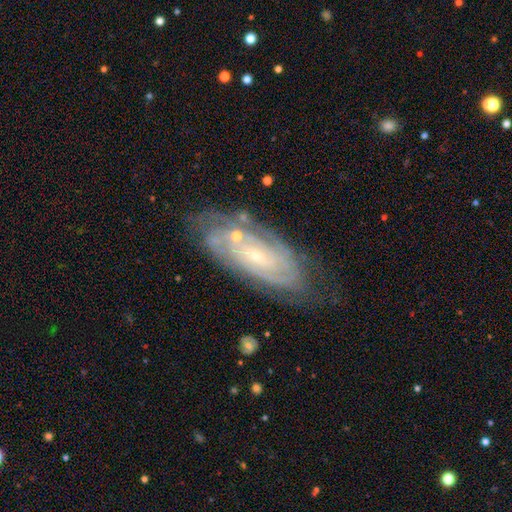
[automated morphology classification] smooth-or-featured: featured or disk: 83% | smooth: 11% | star or artifact: 6%
  disk-edge-on: no: 91% | yes: 9%
    bar: no: 59% | weak: 31% | strong: 9%
    has-spiral-arms: yes: 95% | no: 5%
      spiral-winding: tight: 76% | medium: 20% | loose: 4%
      spiral-arm-count: can't tell: 42% | 2: 19% | 3: 15% | 4: 13% | more than 4: 6% | 1: 4%
    bulge-size: small: 76% | moderate: 19% | none: 2% | large: 1% | dominant: 1%
  merging: none: 69% | minor disturbance: 20% | major disturbance: 6% | merger: 4%